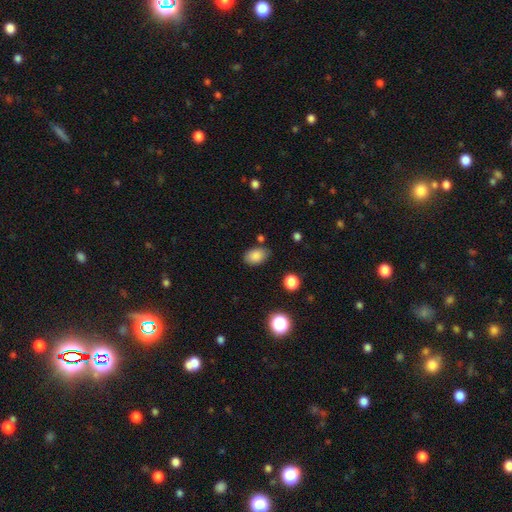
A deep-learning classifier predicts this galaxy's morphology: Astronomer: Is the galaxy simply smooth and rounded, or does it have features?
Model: smooth — 85%.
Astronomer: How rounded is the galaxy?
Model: in between — 84%.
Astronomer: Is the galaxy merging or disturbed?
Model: none — 75%.